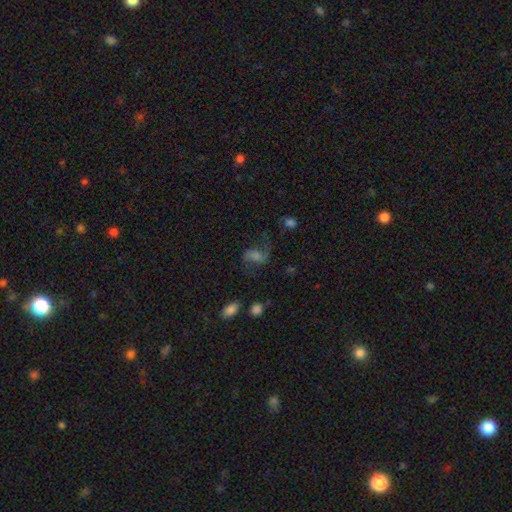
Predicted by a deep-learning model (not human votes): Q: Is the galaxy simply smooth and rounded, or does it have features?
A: featured or disk — 66%.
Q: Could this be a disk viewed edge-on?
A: no — 97%.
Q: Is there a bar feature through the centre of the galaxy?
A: weak — 44%.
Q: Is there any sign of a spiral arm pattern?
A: yes — 93%.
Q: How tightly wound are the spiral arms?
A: loose — 62%.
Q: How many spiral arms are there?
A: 2 — 90%.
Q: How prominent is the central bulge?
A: none — 31%.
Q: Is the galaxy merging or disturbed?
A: none — 66%.